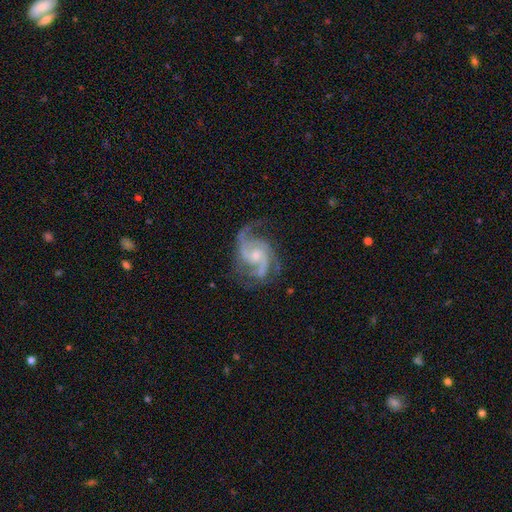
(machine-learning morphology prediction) Smooth or featured: featured or disk — 92% (star or artifact — 4%)
Edge-on disk: no — 98% (yes — 2%)
Bar: no — 56% (weak — 37%)
Spiral arms: yes — 98% (no — 2%)
Spiral winding: medium — 57% (tight — 24%)
Spiral arm count: 2 — 55% (3 — 27%)
Bulge size: small — 53% (moderate — 39%)
Merging: none — 67% (minor disturbance — 20%)